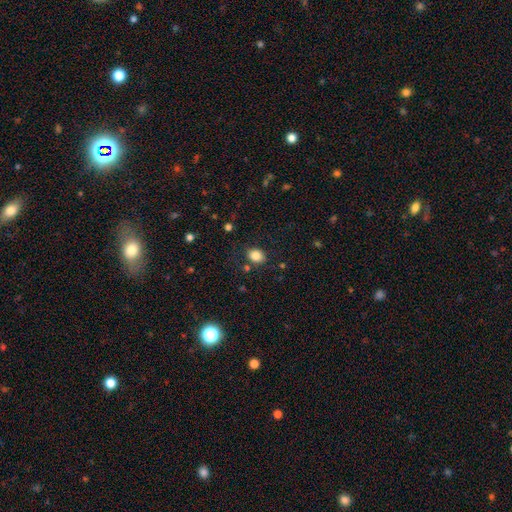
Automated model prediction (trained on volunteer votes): The model was most divided on "how rounded": in between: 53%, round: 46%, cigar-shaped: 1%. More confident: smooth or featured — smooth (84%); merging — none (82%).